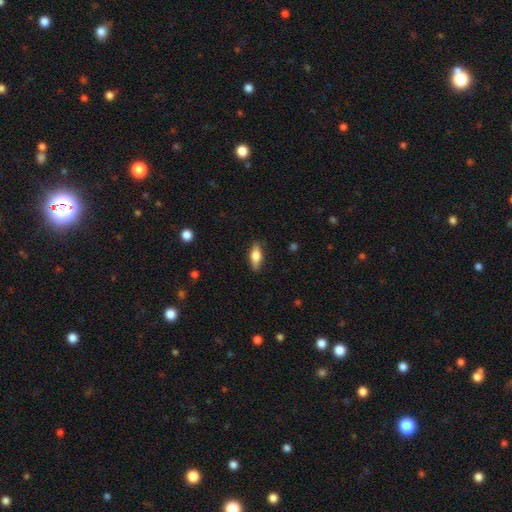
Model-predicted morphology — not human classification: A smooth galaxy with no disk features (64%) that is in between round and cigar-shaped (68%). Merging: none (85%).